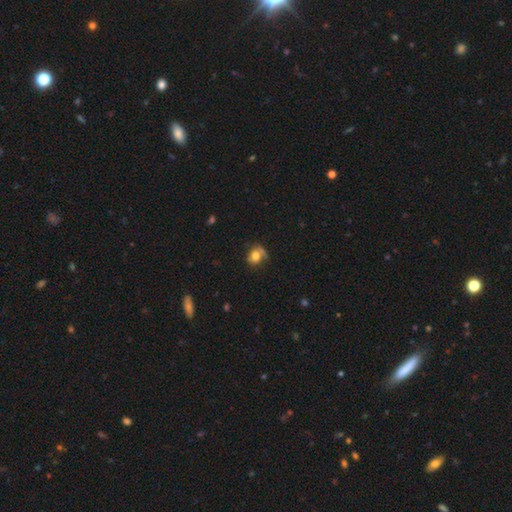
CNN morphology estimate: smooth-or-featured: smooth: 67% | featured or disk: 22% | star or artifact: 11%
  how-rounded: round: 55% | in between: 44% | cigar-shaped: 1%
  merging: none: 47% | minor disturbance: 26% | major disturbance: 18% | merger: 9%